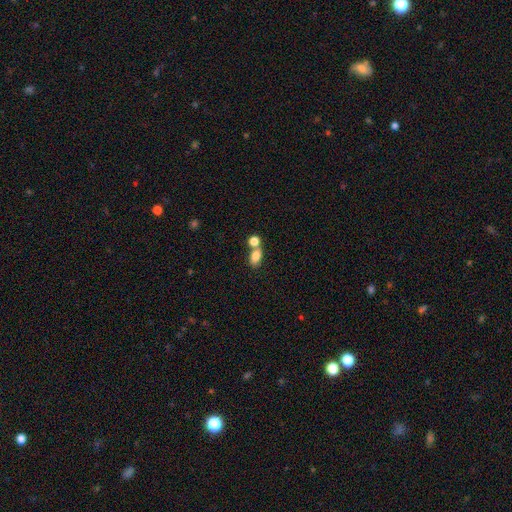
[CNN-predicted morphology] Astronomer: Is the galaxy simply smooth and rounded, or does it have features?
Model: smooth — 81%.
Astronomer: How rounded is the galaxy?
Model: in between — 81%.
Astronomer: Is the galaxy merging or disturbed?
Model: merger — 44% (runner-up: none, 42%).